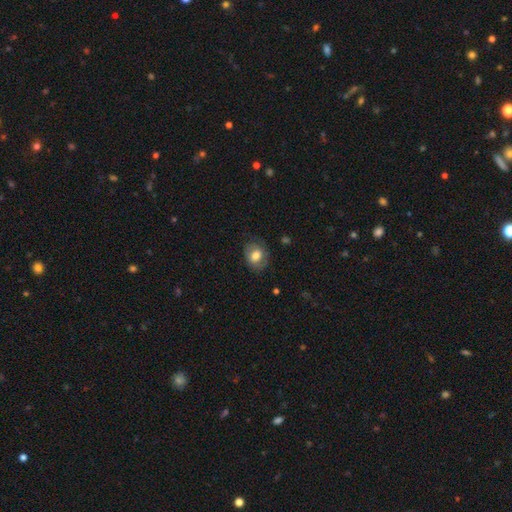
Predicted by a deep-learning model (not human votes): Smooth or featured? Predicted: smooth (p=0.69). How rounded? Predicted: in between (p=0.50). Merging? Predicted: none (p=0.73).